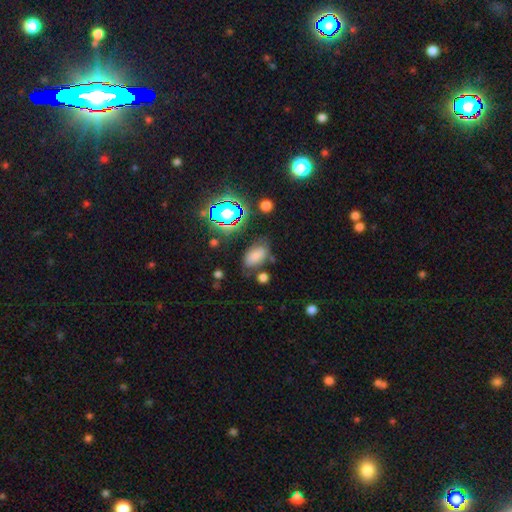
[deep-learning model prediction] The model was most divided on "merging": none: 66%, minor disturbance: 20%, major disturbance: 7%, merger: 7%. More confident: how rounded — in between (90%); smooth or featured — smooth (72%).